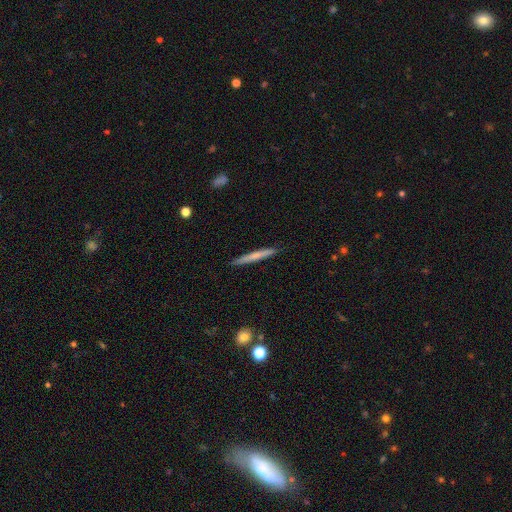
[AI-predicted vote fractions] smooth-or-featured: smooth: 62% | featured or disk: 32% | star or artifact: 6%
  how-rounded: cigar-shaped: 96% | in between: 2% | round: 1%
  merging: none: 90% | minor disturbance: 7% | major disturbance: 1% | merger: 1%